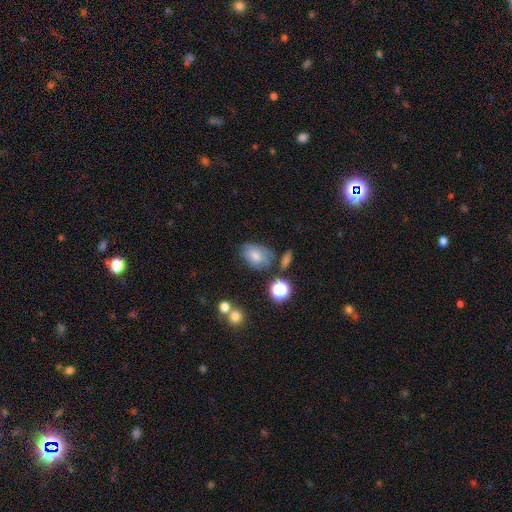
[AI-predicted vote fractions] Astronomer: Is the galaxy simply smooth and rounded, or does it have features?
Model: smooth — 73%.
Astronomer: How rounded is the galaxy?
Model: in between — 77%.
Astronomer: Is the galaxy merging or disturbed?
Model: none — 59%.